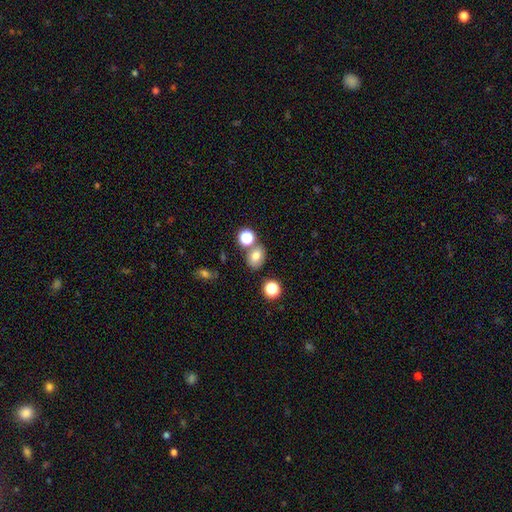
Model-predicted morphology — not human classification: A smooth galaxy with no disk features (73%) that is in between round and cigar-shaped (60%).

Vote fractions:
- Smooth or featured? smooth: 73% / star or artifact: 15% / featured or disk: 12%
- How rounded? in between: 60% / round: 39% / cigar-shaped: 1%
- Merging? none: 66% / merger: 17% / minor disturbance: 12% / major disturbance: 4%